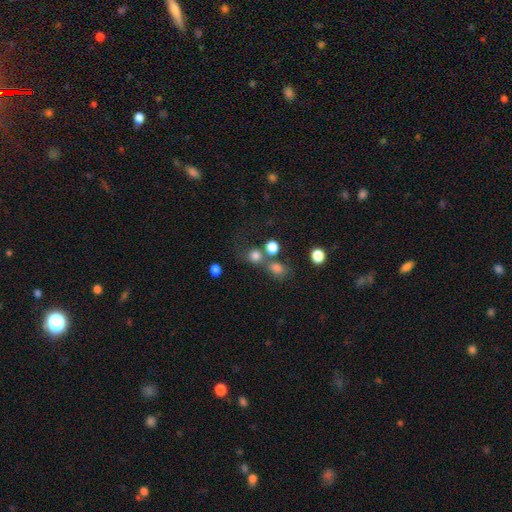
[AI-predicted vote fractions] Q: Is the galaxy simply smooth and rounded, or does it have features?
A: smooth — 77%.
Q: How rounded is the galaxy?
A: round — 80%.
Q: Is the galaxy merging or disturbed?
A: none — 48%.